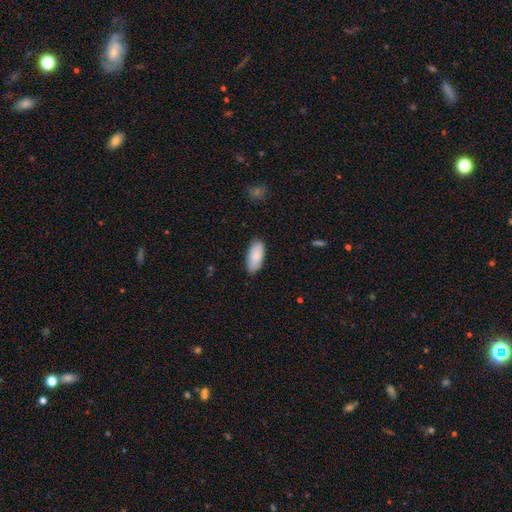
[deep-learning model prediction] This is clearly a smooth galaxy (86%). How rounded: clearly in between (91%). Merging: clearly none (84%).